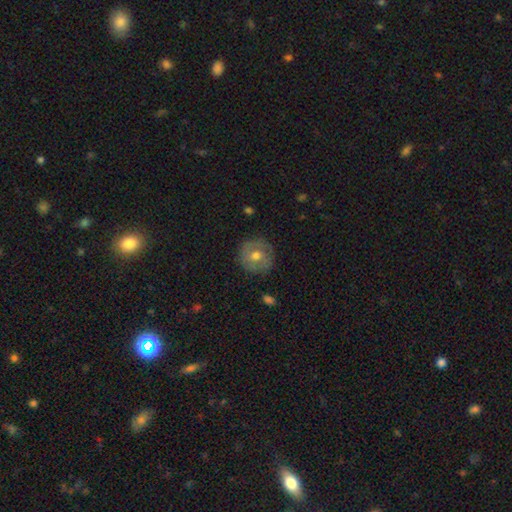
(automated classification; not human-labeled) Smooth or featured? smooth (52%)
How rounded? round (92%)
Merging? none (83%)